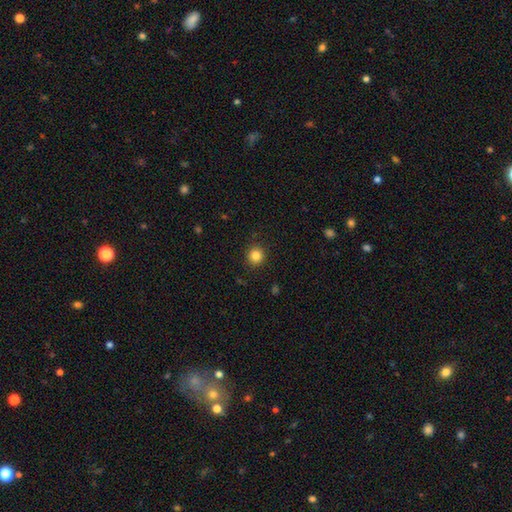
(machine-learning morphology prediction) Overall: smooth (84%). How rounded: round (92%). Merging: none (90%).